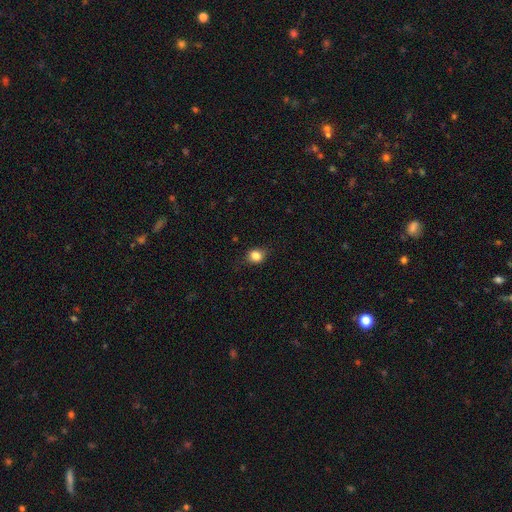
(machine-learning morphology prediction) smooth 83%, star or artifact 11%, featured or disk 7%. Down the decision tree: how rounded — round (63%); merging — none (77%).